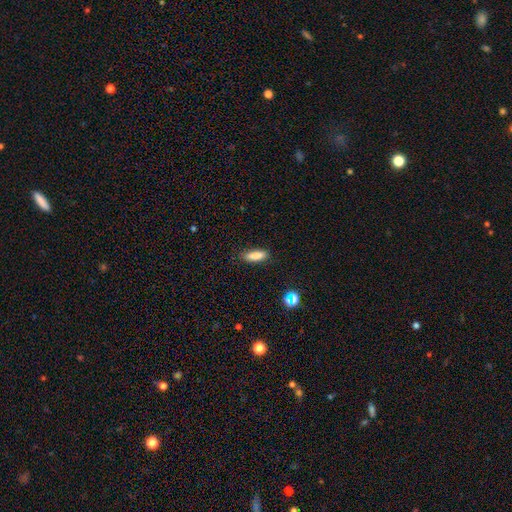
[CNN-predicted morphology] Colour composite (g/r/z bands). It shows a smooth galaxy with no disk features (84%) that is in between round and cigar-shaped (51%). Merging: none (85%).